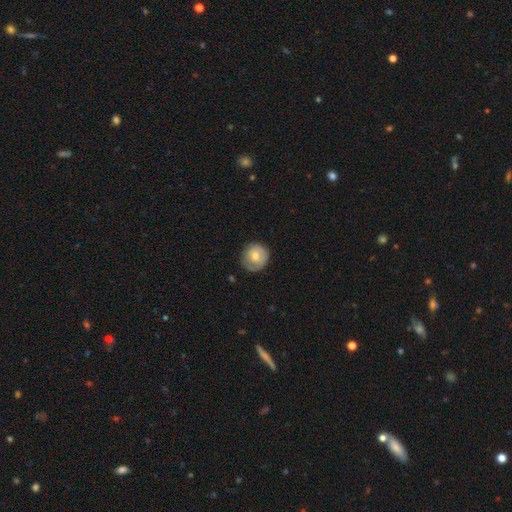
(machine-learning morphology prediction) Overall: smooth (66%; featured or disk 27%). How rounded: round (90%). Merging: none (73%).